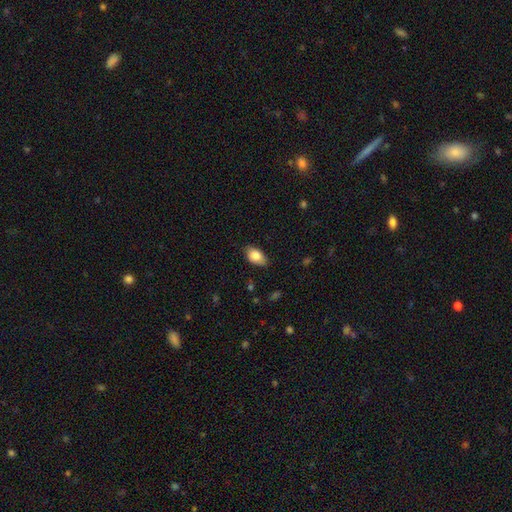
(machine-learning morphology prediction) Smooth or featured? smooth (84%)
How rounded? in between (92%)
Merging? none (82%)